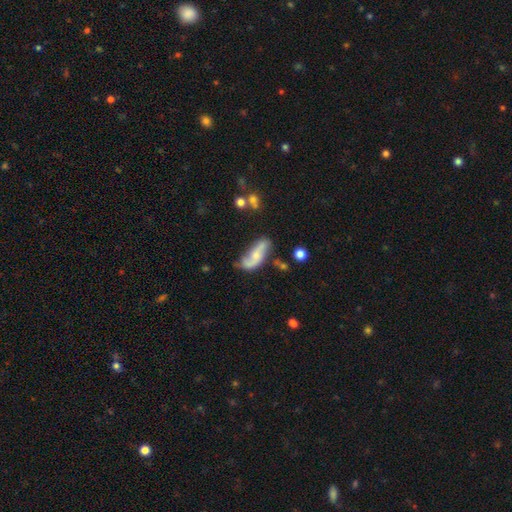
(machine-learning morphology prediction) Smooth or featured? featured or disk (59%)
Edge-on disk? no (90%)
Bar? no (61%)
Spiral arms? yes (85%)
Bulge size? small (50%)
Merging? none (51%)